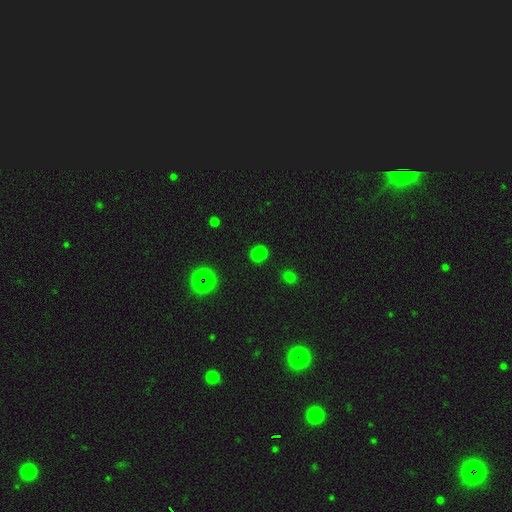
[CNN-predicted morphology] This is likely a smooth galaxy (71%). How rounded: likely round (70%). Merging: possibly none (49%).